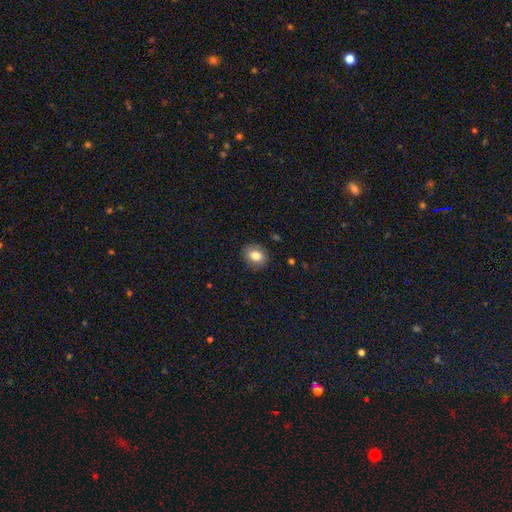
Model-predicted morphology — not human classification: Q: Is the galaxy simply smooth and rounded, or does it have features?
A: smooth — 81%.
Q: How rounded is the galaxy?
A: in between — 52%.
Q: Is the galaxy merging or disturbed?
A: none — 86%.